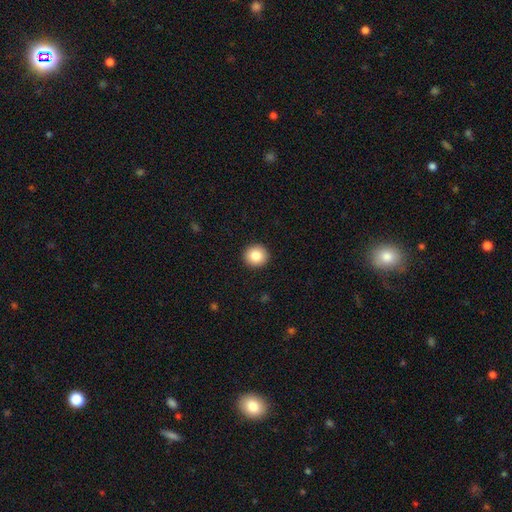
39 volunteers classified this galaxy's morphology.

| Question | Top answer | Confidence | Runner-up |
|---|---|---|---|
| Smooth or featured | smooth | 90% | featured or disk (5%) |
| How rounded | round | 94% | in between (6%) |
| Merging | none | 86% | minor disturbance (11%) |